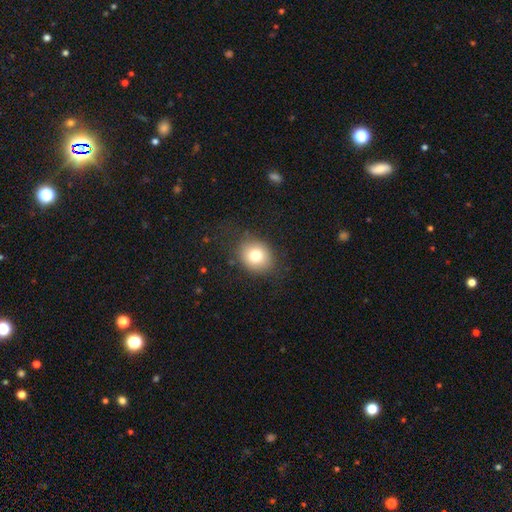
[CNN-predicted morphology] The model was most divided on "how rounded": round: 63%, in between: 36%, cigar-shaped: 1%. More confident: merging — none (82%); smooth or featured — smooth (78%).